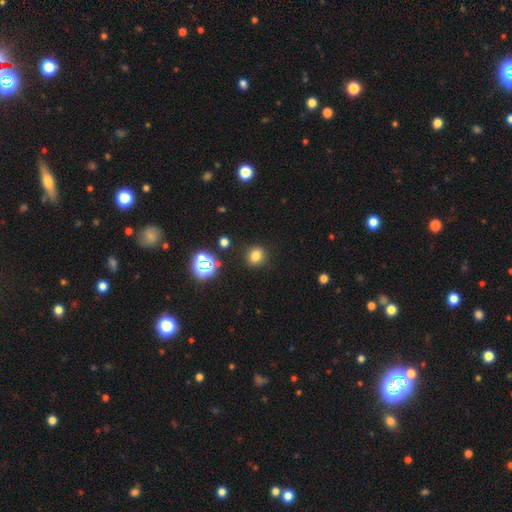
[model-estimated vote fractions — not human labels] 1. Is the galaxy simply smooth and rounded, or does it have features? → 75% smooth, 18% star or artifact, 7% featured or disk.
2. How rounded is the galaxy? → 77% round, 22% in between, 1% cigar-shaped.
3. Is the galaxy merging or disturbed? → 88% none, 7% minor disturbance, 3% major disturbance, 2% merger.